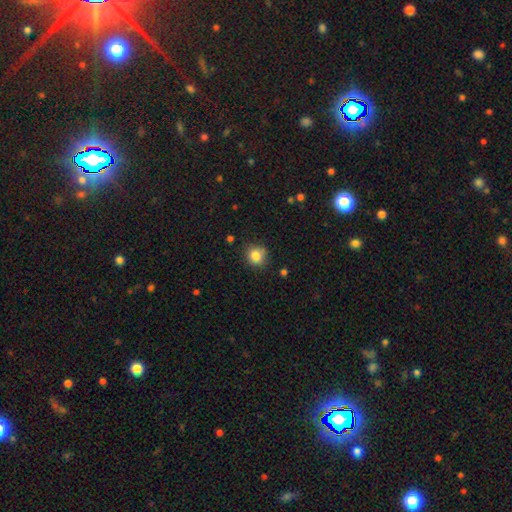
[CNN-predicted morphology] Q: Smooth or featured?
A: smooth (83%); runner-up: star or artifact (11%)
Q: How rounded?
A: round (87%); runner-up: in between (12%)
Q: Merging?
A: none (81%); runner-up: minor disturbance (13%)